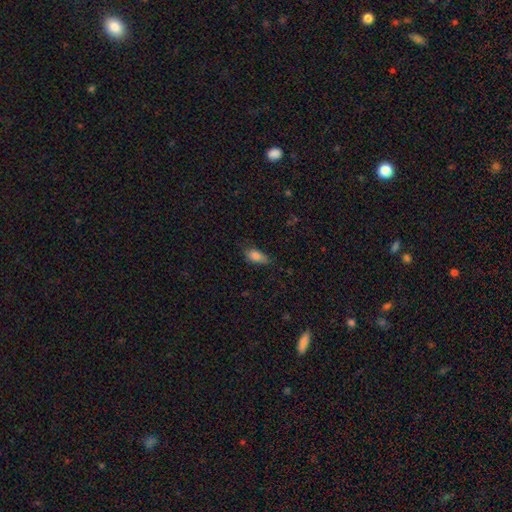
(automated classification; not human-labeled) Smooth or featured? smooth (84%)
How rounded? in between (87%)
Merging? none (69%)